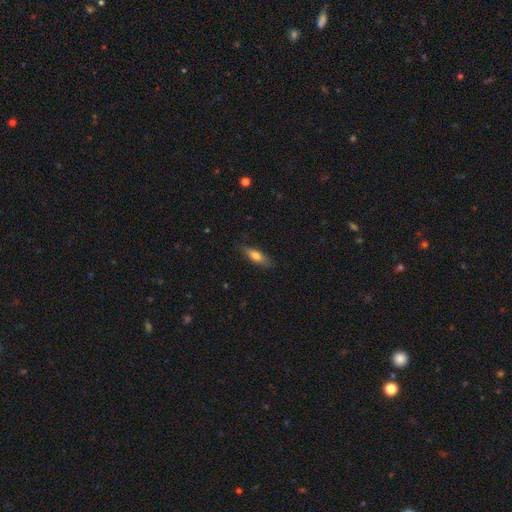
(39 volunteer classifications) A smooth galaxy with no disk features (51%) that is cigar-shaped (55%).

Vote fractions:
- Smooth or featured? smooth: 51% / featured or disk: 41% / star or artifact: 8%
- How rounded? cigar-shaped: 55% / in between: 45% / round: 0%
- Merging? none: 89% / minor disturbance: 11% / major disturbance: 0% / merger: 0%